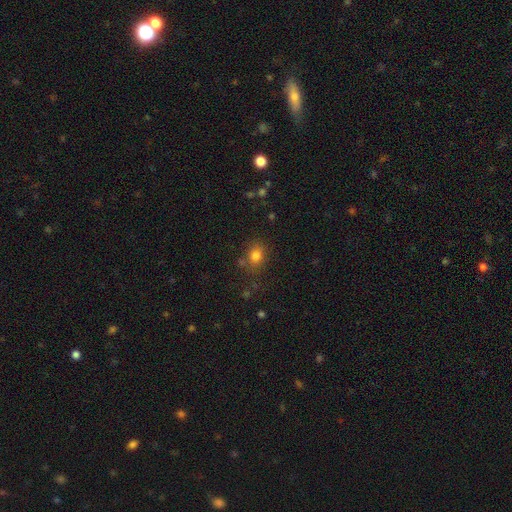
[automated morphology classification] The model was most divided on "how rounded": round: 55%, in between: 44%, cigar-shaped: 1%. More confident: smooth or featured — smooth (79%); merging — none (75%).